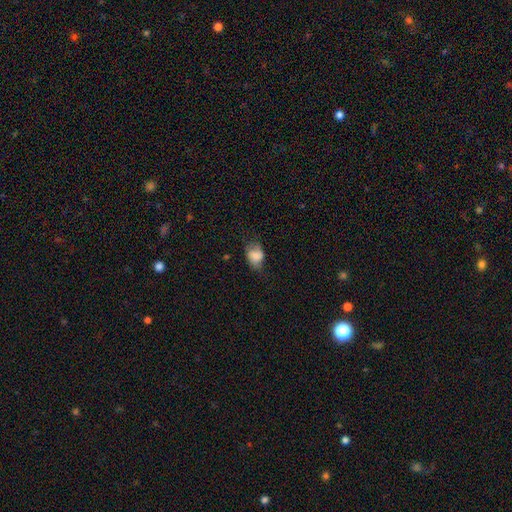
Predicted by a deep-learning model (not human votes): This is likely a smooth galaxy (74%). How rounded: likely in between (72%). Merging: possibly none (46%).